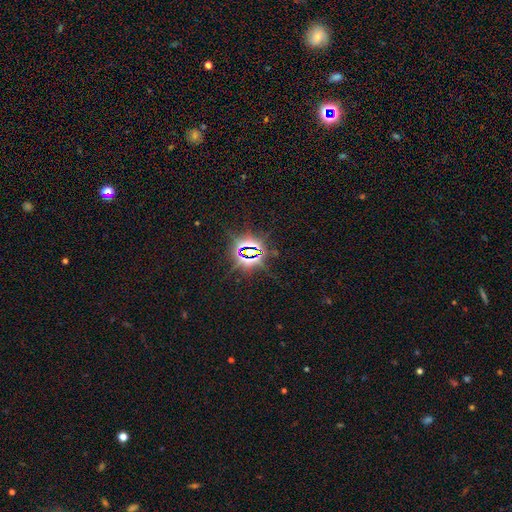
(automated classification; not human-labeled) Smooth or featured? Predicted: star or artifact (p=0.82).